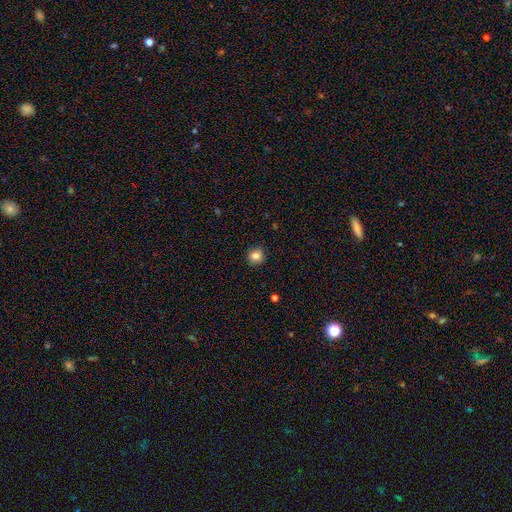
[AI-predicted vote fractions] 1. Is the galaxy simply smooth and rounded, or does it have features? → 82% smooth, 11% star or artifact, 8% featured or disk.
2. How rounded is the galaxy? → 89% round, 10% in between, 1% cigar-shaped.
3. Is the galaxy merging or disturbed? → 89% none, 8% minor disturbance, 2% major disturbance, 1% merger.